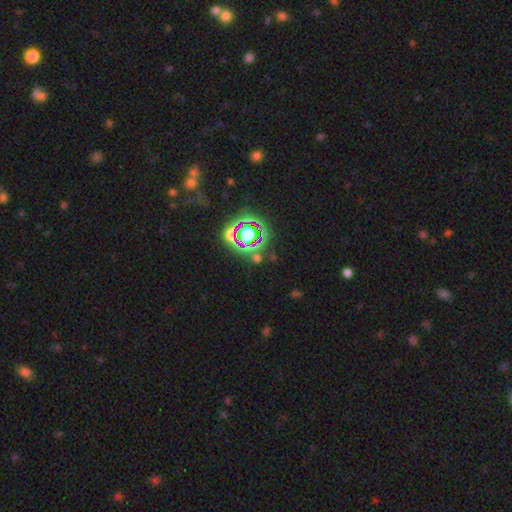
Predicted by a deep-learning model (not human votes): Q: Smooth or featured?
A: star or artifact (73%); runner-up: smooth (17%)